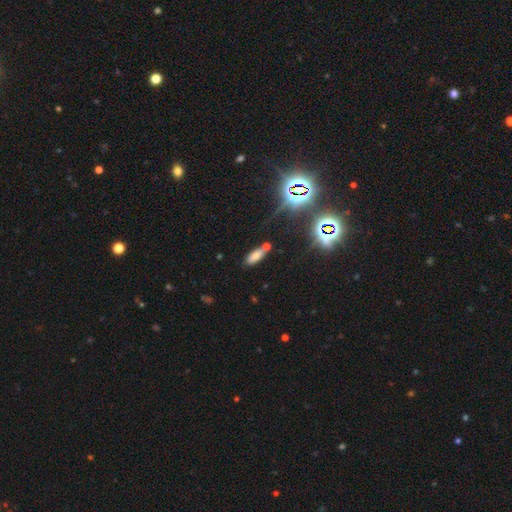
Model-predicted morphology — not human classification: Q: Smooth or featured?
A: smooth (71%); runner-up: star or artifact (19%)
Q: How rounded?
A: in between (74%); runner-up: cigar-shaped (23%)
Q: Merging?
A: none (61%); runner-up: merger (19%)